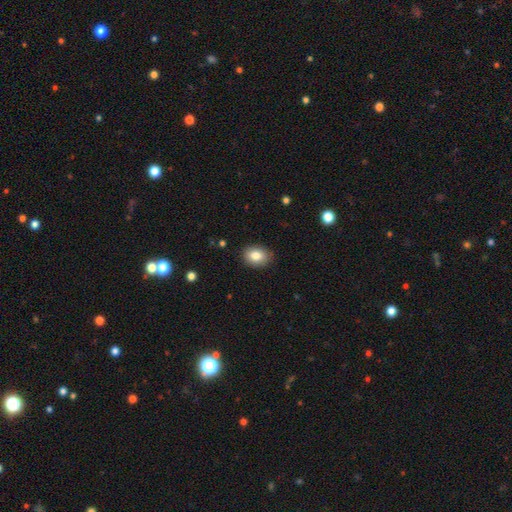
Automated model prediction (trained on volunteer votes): Smooth or featured? smooth (83%)
How rounded? in between (64%)
Merging? none (88%)